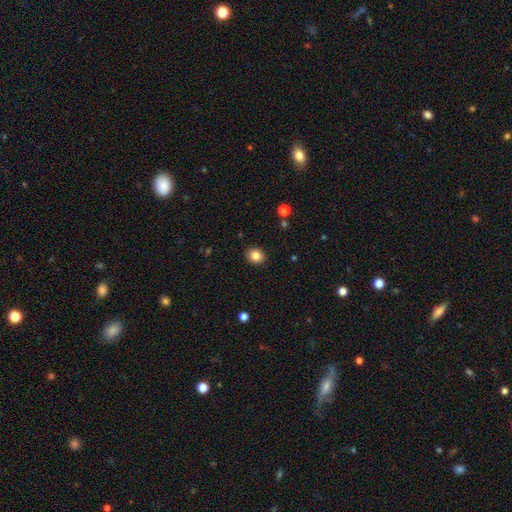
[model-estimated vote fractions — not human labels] Smooth or featured? Predicted: smooth (p=0.84). How rounded? Predicted: round (p=0.65). Merging? Predicted: none (p=0.90).